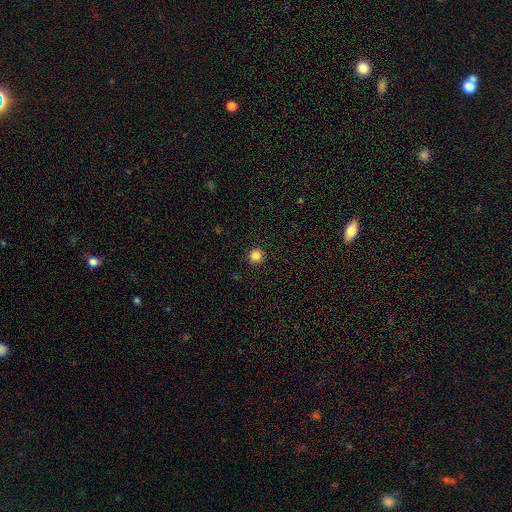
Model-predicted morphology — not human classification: Smooth or featured? Predicted: smooth (p=0.85). How rounded? Predicted: round (p=0.95). Merging? Predicted: none (p=0.92).